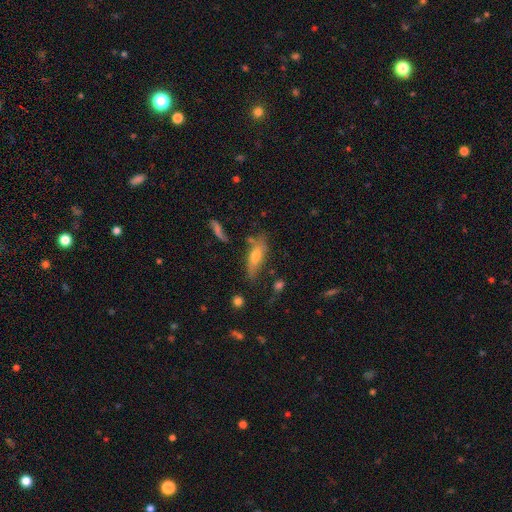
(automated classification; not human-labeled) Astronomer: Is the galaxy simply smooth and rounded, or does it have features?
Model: smooth — 54% (runner-up: featured or disk, 37%).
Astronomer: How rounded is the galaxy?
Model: in between — 51% (runner-up: cigar-shaped, 46%).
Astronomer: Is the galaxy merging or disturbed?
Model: none — 60%.